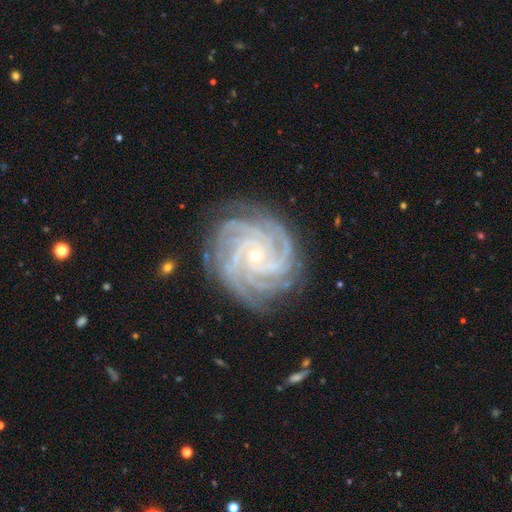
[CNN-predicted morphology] type=featured or disk (92%); edge-on=no (98%); bar=no (71%); spiral arms=yes (99%); winding=tight (83%); arm count=4 (34%); bulge=small (84%); merging=none (83%).